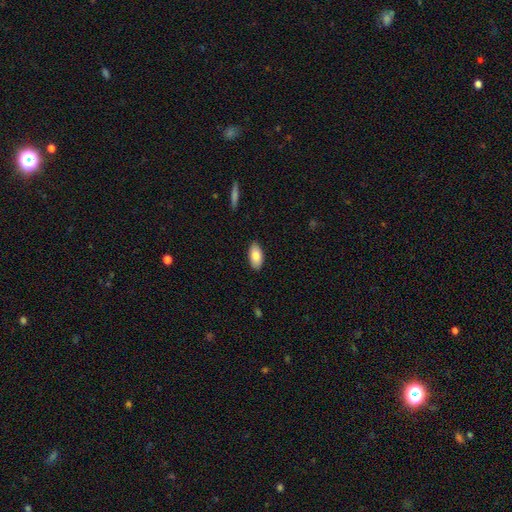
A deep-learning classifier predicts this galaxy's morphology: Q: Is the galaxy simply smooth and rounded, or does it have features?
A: smooth — 83%.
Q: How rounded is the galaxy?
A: in between — 93%.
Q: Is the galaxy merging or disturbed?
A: none — 88%.